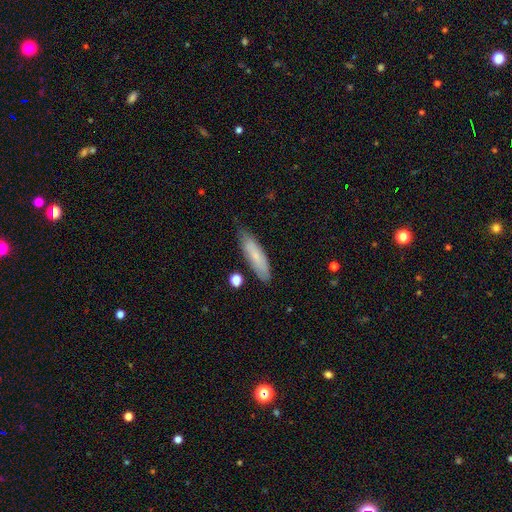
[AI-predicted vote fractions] Overall: smooth (72%). How rounded: cigar-shaped (66%; in between 33%). Merging: none (77%).